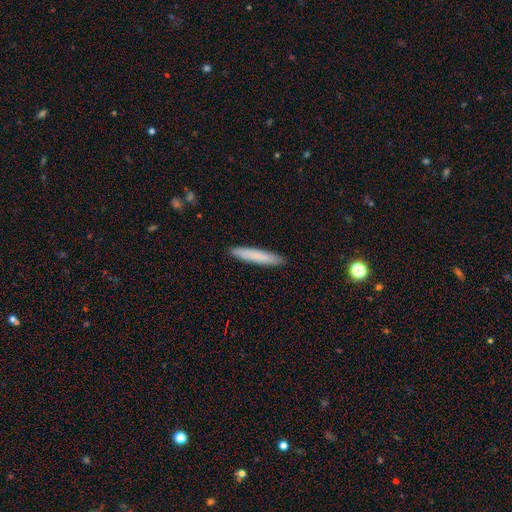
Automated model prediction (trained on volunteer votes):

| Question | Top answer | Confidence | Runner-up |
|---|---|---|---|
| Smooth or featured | smooth | 80% | featured or disk (14%) |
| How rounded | cigar-shaped | 92% | in between (7%) |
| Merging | none | 91% | minor disturbance (7%) |